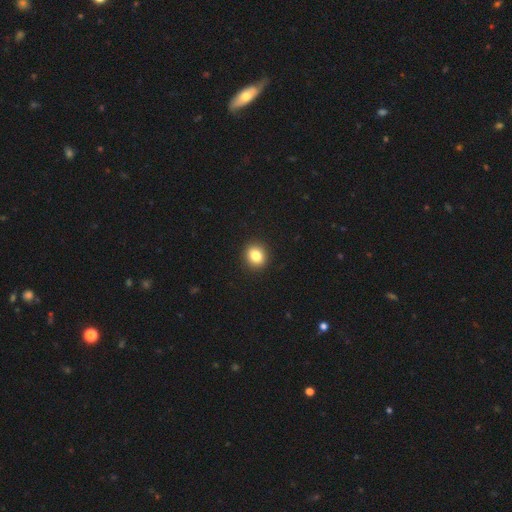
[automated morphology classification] This appears to be a smooth galaxy with no disk features (83%) that is round (76%). Merging: none (93%).